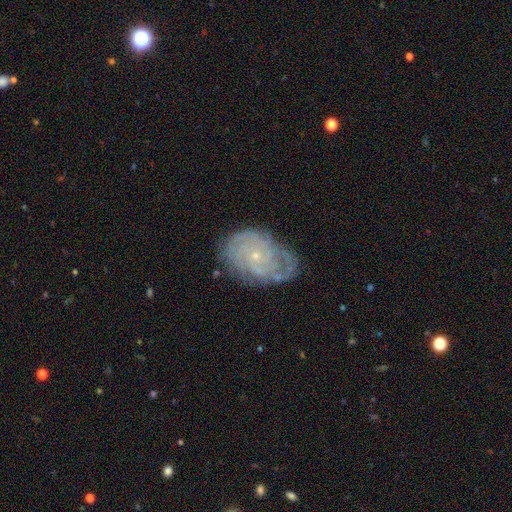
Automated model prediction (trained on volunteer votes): smooth_or_featured: featured or disk (p=0.74) [alt: smooth p=0.17]
disk_edge_on: no (p=0.96) [alt: yes p=0.04]
bar: no (p=0.82) [alt: weak p=0.15]
has_spiral_arms: yes (p=0.85) [alt: no p=0.15]
spiral_winding: tight (p=0.71) [alt: medium p=0.22]
spiral_arm_count: can't tell (p=0.50) [alt: 2 p=0.17]
bulge_size: small (p=0.83) [alt: moderate p=0.13]
merging: none (p=0.65) [alt: minor disturbance p=0.24]